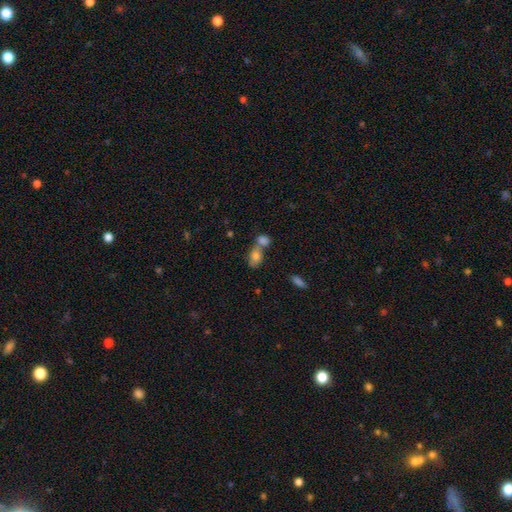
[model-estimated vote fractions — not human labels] Smooth or featured? Predicted: smooth (p=0.76). How rounded? Predicted: in between (p=0.75). Merging? Predicted: merger (p=0.54).